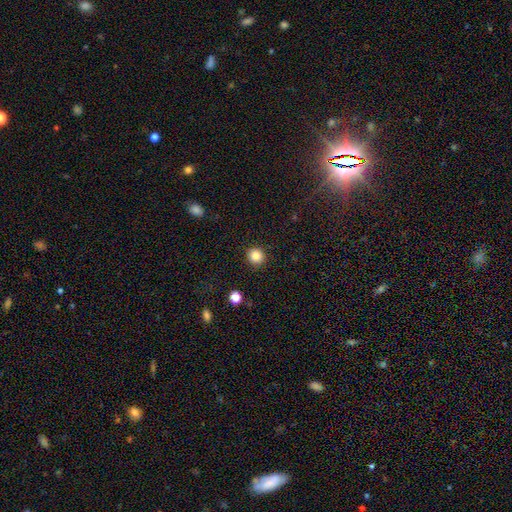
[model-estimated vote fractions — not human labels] Smooth or featured? smooth (84%)
How rounded? round (92%)
Merging? none (91%)